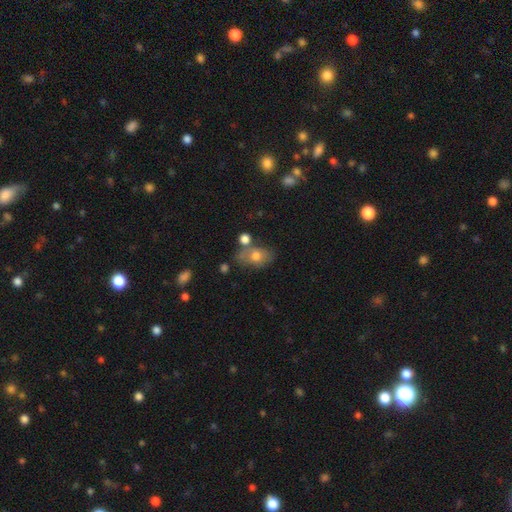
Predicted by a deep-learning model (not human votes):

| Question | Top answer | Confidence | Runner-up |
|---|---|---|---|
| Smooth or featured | smooth | 70% | featured or disk (21%) |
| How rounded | in between | 79% | round (19%) |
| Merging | none | 53% | minor disturbance (21%) |